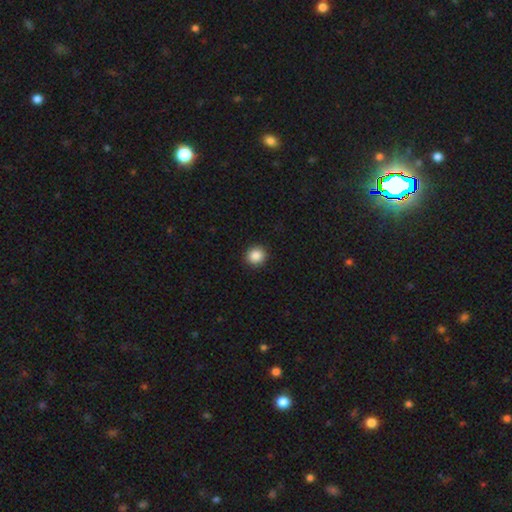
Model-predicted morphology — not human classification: Smooth or featured? Predicted: smooth (p=0.88). How rounded? Predicted: round (p=0.91). Merging? Predicted: none (p=0.92).